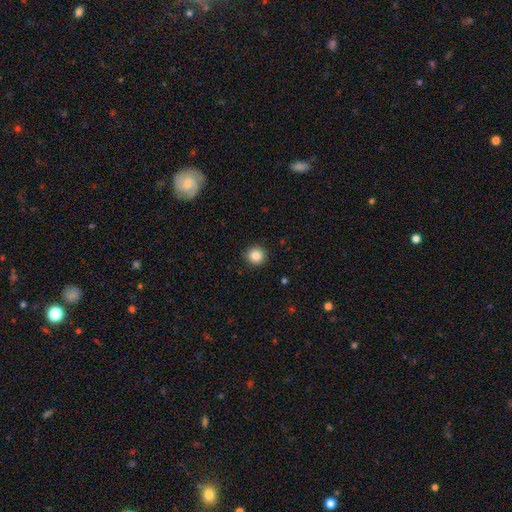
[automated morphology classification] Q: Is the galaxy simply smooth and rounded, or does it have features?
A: smooth — 86%.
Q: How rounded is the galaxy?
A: round — 94%.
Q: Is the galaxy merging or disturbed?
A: none — 92%.